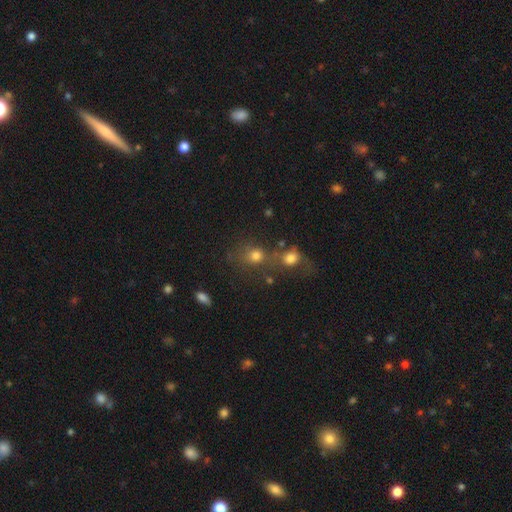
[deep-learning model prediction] The model was most divided on "merging": merger: 41%, none: 39%, minor disturbance: 11%, major disturbance: 9%. More confident: smooth or featured — smooth (73%); how rounded — round (71%).